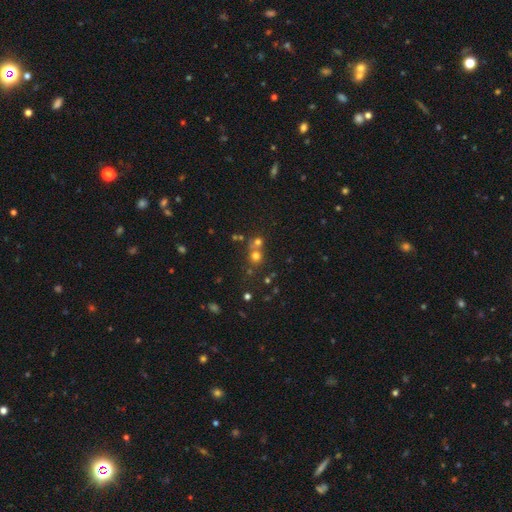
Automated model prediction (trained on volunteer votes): Smooth or featured?
  - smooth: 64% *
  - star or artifact: 24%
  - featured or disk: 12%
How rounded?
  - round: 88% *
  - in between: 11%
  - cigar-shaped: 1%
Merging?
  - none: 52% *
  - merger: 39%
  - minor disturbance: 6%
  - major disturbance: 3%